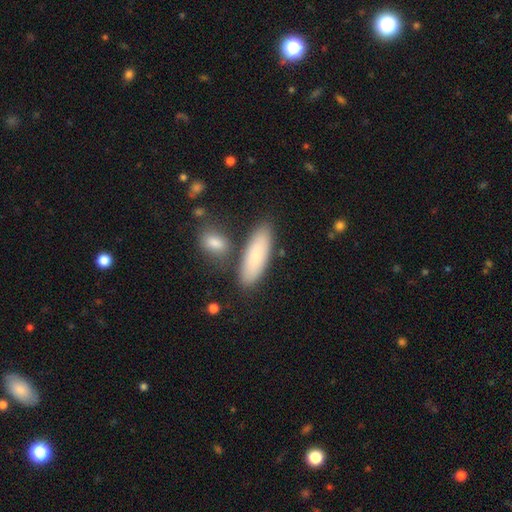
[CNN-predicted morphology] A smooth galaxy with no disk features (79%) that is in between round and cigar-shaped (57%).

Vote fractions:
- Smooth or featured? smooth: 79% / featured or disk: 15% / star or artifact: 6%
- How rounded? in between: 57% / cigar-shaped: 41% / round: 3%
- Merging? none: 77% / minor disturbance: 11% / merger: 10% / major disturbance: 3%